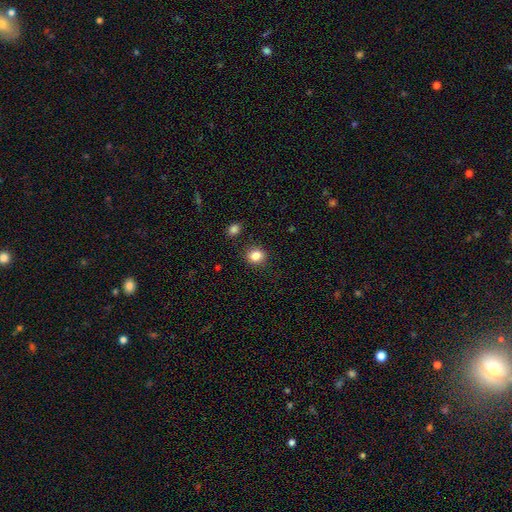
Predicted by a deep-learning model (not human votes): A smooth galaxy with no disk features (84%) that is round (68%).

Vote fractions:
- Smooth or featured? smooth: 84% / star or artifact: 10% / featured or disk: 5%
- How rounded? round: 68% / in between: 31% / cigar-shaped: 1%
- Merging? none: 87% / minor disturbance: 9% / major disturbance: 2% / merger: 2%